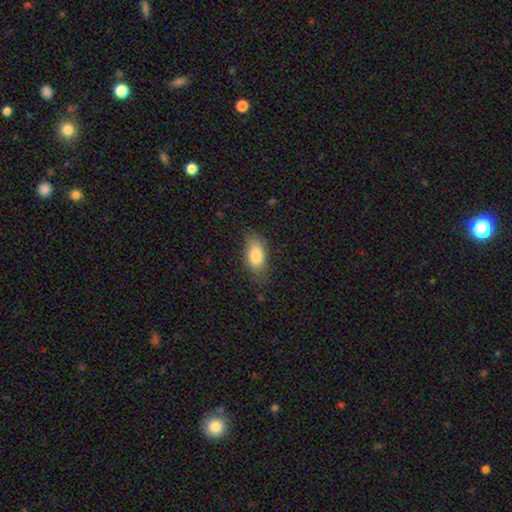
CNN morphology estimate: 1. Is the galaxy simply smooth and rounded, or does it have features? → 83% smooth, 9% featured or disk, 7% star or artifact.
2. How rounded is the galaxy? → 90% in between, 6% round, 4% cigar-shaped.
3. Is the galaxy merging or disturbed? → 72% none, 21% minor disturbance, 6% major disturbance, 1% merger.